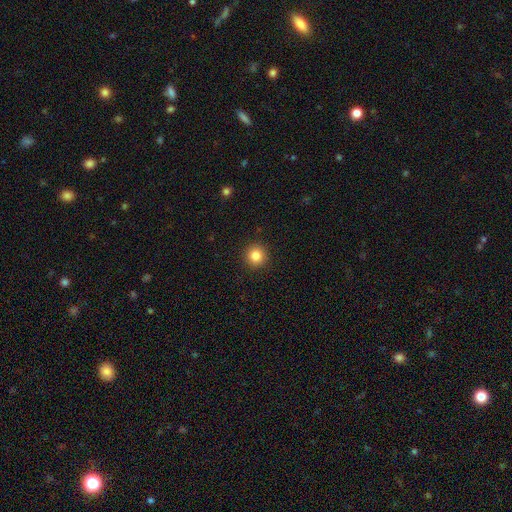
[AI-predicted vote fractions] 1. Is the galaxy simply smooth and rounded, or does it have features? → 85% smooth, 10% star or artifact, 5% featured or disk.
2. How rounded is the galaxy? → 95% round, 4% in between, 1% cigar-shaped.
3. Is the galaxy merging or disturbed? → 93% none, 5% minor disturbance, 2% major disturbance, 1% merger.